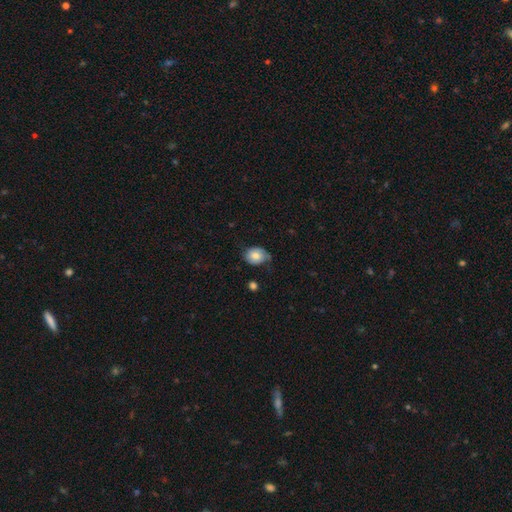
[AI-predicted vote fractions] Smooth or featured?
  - smooth: 67% *
  - featured or disk: 25%
  - star or artifact: 8%
How rounded?
  - in between: 58% *
  - round: 41%
  - cigar-shaped: 1%
Merging?
  - none: 49% *
  - minor disturbance: 36%
  - major disturbance: 13%
  - merger: 2%